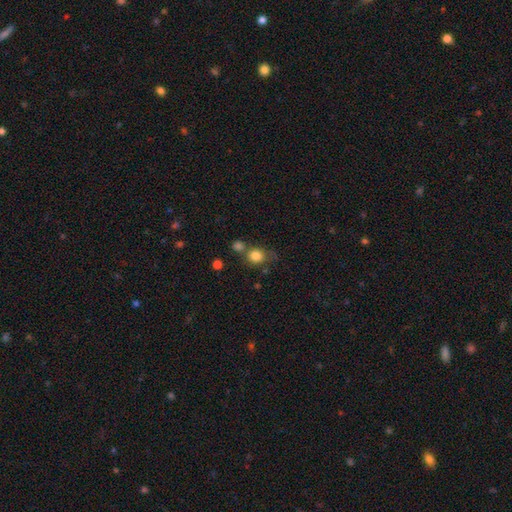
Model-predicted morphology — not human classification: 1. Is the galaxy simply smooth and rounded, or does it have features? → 82% smooth, 11% star or artifact, 7% featured or disk.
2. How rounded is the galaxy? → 82% round, 17% in between, 1% cigar-shaped.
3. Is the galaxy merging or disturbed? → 56% none, 24% merger, 14% minor disturbance, 6% major disturbance.